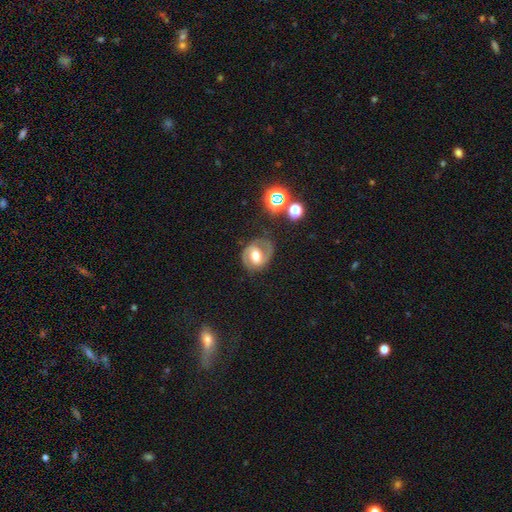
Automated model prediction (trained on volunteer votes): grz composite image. It shows a featured or disk galaxy (77%) with a weak bar (44%), 2 (87%) medium (51%) spiral arms (90%) and a moderate central bulge (64%). Merging: none (74%).